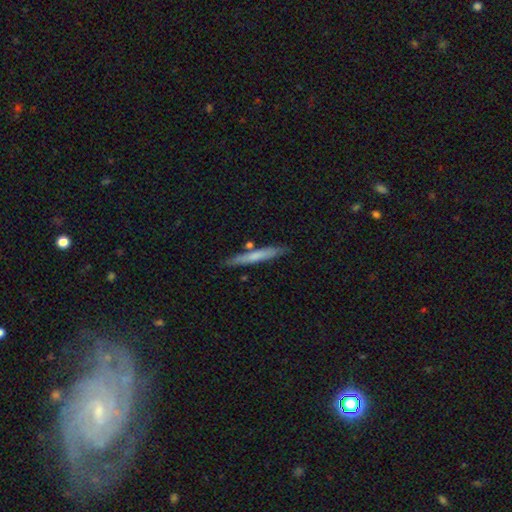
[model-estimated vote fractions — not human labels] Overall: smooth (63%; featured or disk 31%). How rounded: cigar-shaped (95%). Merging: none (82%).